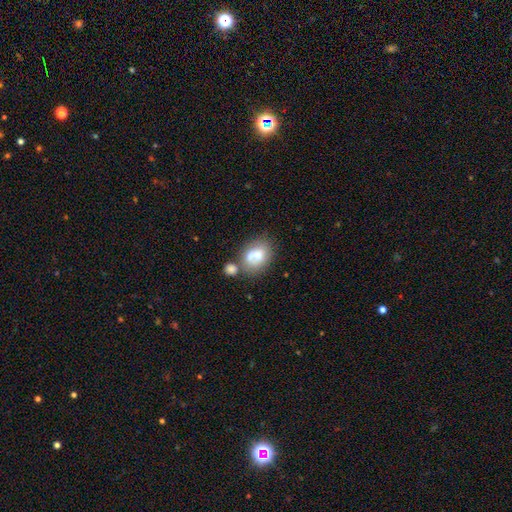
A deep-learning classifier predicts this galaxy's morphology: Smooth or featured? smooth (67%)
How rounded? in between (67%)
Merging? none (36%)